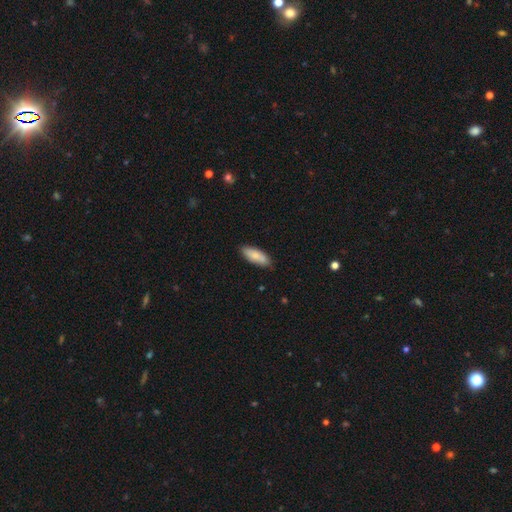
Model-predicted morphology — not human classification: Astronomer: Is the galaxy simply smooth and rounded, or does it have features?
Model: smooth — 82%.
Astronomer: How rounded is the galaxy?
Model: in between — 69%.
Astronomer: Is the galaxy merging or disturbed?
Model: none — 82%.